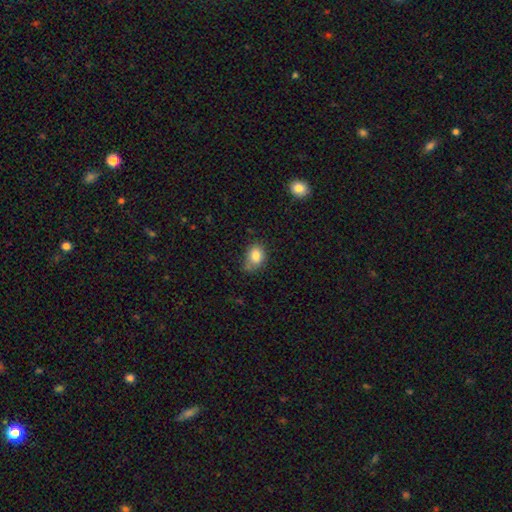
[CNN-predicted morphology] A smooth galaxy with no disk features (83%) that is in between round and cigar-shaped (61%).

Vote fractions:
- Smooth or featured? smooth: 83% / star or artifact: 10% / featured or disk: 8%
- How rounded? in between: 61% / round: 38% / cigar-shaped: 1%
- Merging? none: 62% / minor disturbance: 27% / major disturbance: 5% / merger: 5%